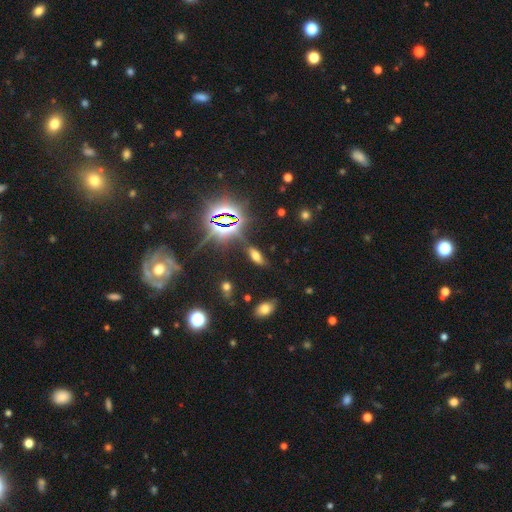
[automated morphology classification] smooth-or-featured: smooth: 52% | star or artifact: 33% | featured or disk: 16%
  how-rounded: in between: 72% | cigar-shaped: 23% | round: 5%
  merging: none: 78% | minor disturbance: 13% | major disturbance: 5% | merger: 4%